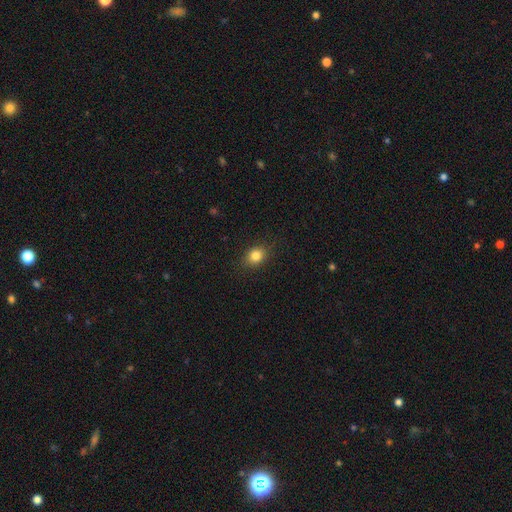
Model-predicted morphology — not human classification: smooth_or_featured: smooth (p=0.83) [alt: star or artifact p=0.10]
how_rounded: in between (p=0.50) [alt: round p=0.49]
merging: none (p=0.87) [alt: minor disturbance p=0.10]